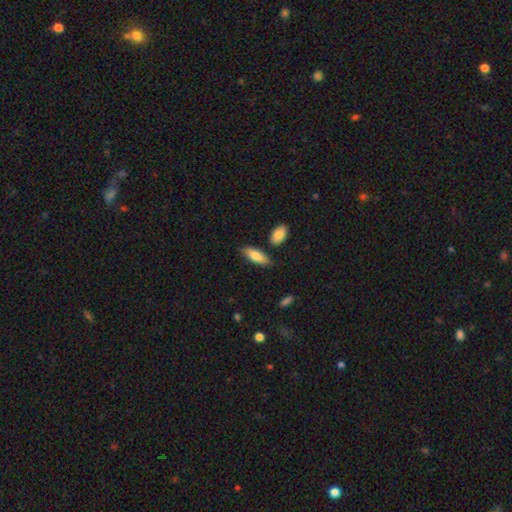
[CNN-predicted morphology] type=smooth (79%); roundness=in between (68%); merging=none (78%).